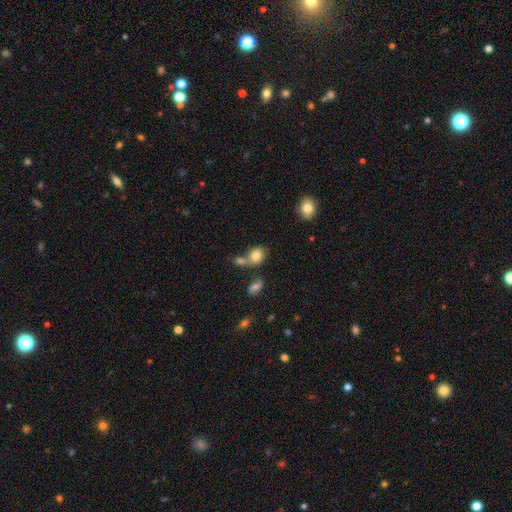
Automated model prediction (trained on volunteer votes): smooth-or-featured: smooth: 79% | featured or disk: 11% | star or artifact: 10%
  how-rounded: in between: 51% | round: 47% | cigar-shaped: 1%
  merging: none: 43% | merger: 38% | minor disturbance: 13% | major disturbance: 6%